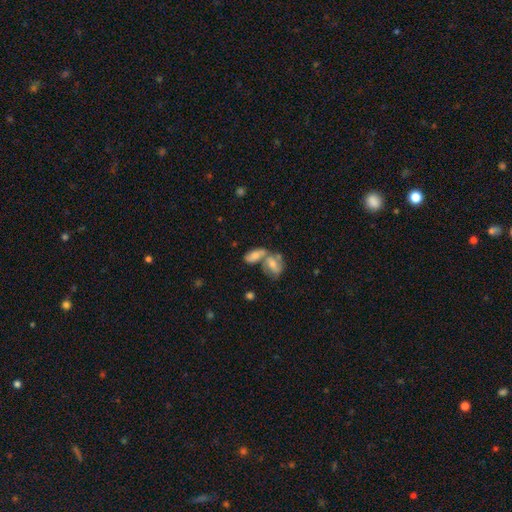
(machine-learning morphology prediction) Smooth or featured? smooth (65%)
How rounded? in between (83%)
Merging? merger (58%)